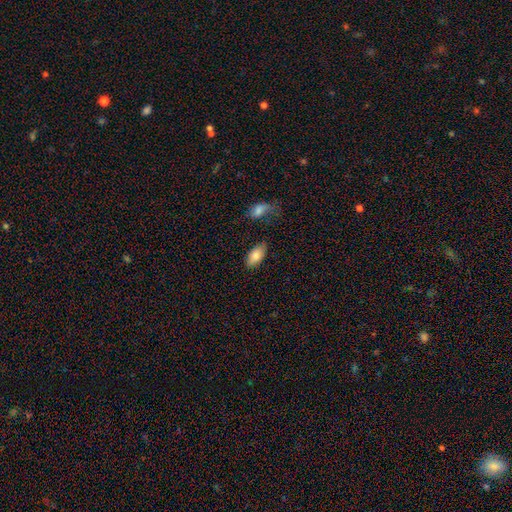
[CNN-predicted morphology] A smooth galaxy with no disk features (81%) that is in between round and cigar-shaped (92%).

Vote fractions:
- Smooth or featured? smooth: 81% / featured or disk: 12% / star or artifact: 7%
- How rounded? in between: 92% / cigar-shaped: 5% / round: 3%
- Merging? none: 80% / minor disturbance: 13% / merger: 4% / major disturbance: 3%